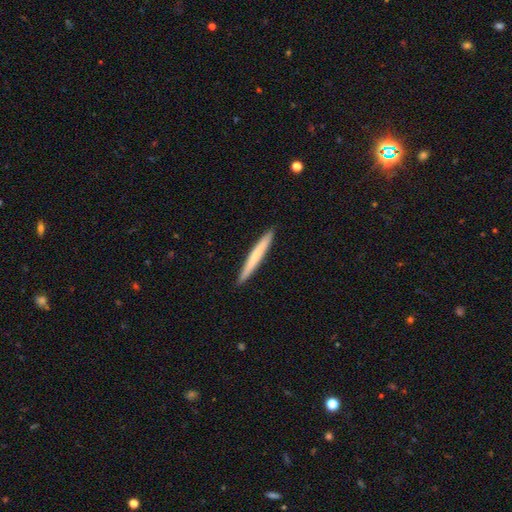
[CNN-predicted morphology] Smooth or featured? Predicted: smooth (p=0.66). How rounded? Predicted: cigar-shaped (p=0.97). Merging? Predicted: none (p=0.92).